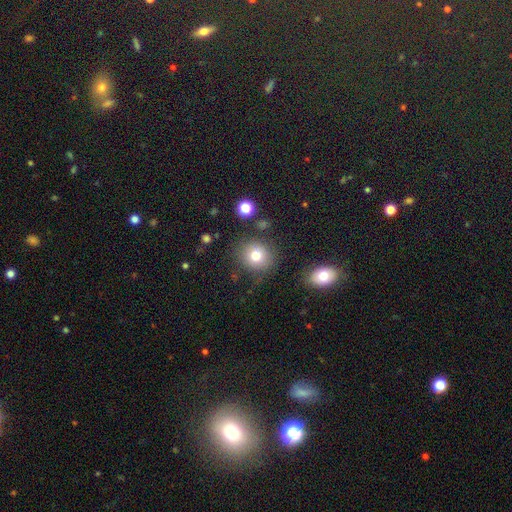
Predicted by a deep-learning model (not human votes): A smooth galaxy with no disk features (77%) that is round (82%).

Vote fractions:
- Smooth or featured? smooth: 77% / star or artifact: 12% / featured or disk: 11%
- How rounded? round: 82% / in between: 18% / cigar-shaped: 1%
- Merging? none: 81% / minor disturbance: 11% / major disturbance: 4% / merger: 4%